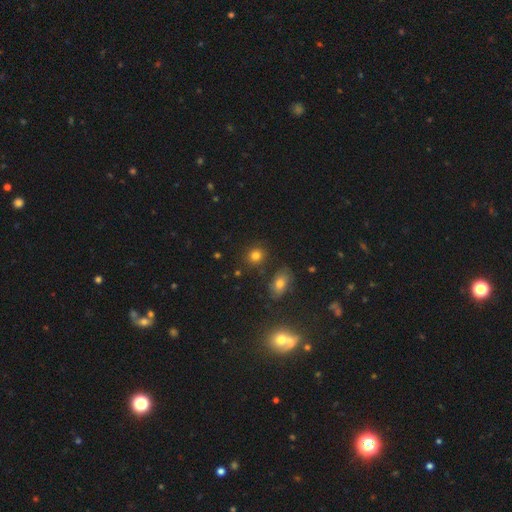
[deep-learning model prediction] Smooth or featured: smooth — 79% (star or artifact — 14%)
How rounded: round — 80% (in between — 19%)
Merging: none — 83% (minor disturbance — 9%)